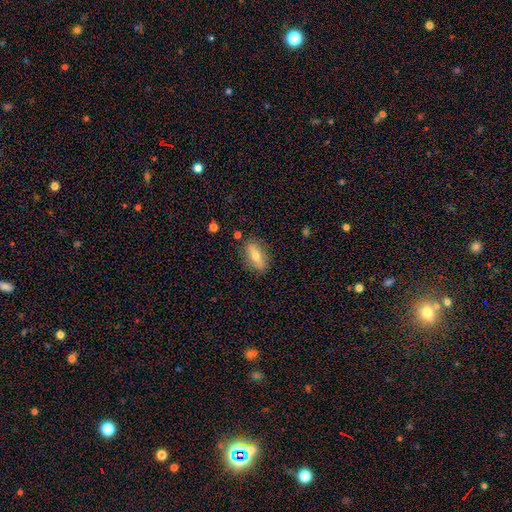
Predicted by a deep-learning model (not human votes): smooth_or_featured: smooth (p=0.56) [alt: featured or disk p=0.36]
how_rounded: in between (p=0.69) [alt: cigar-shaped p=0.25]
merging: none (p=0.84) [alt: minor disturbance p=0.11]